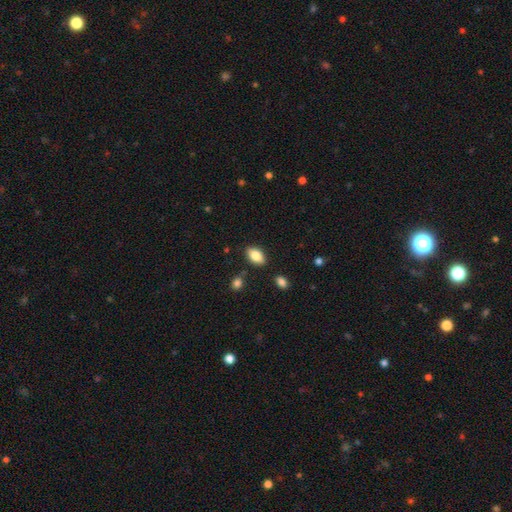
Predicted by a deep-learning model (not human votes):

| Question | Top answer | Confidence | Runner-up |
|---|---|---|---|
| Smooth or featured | smooth | 84% | featured or disk (9%) |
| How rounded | in between | 91% | round (6%) |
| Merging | none | 84% | minor disturbance (10%) |